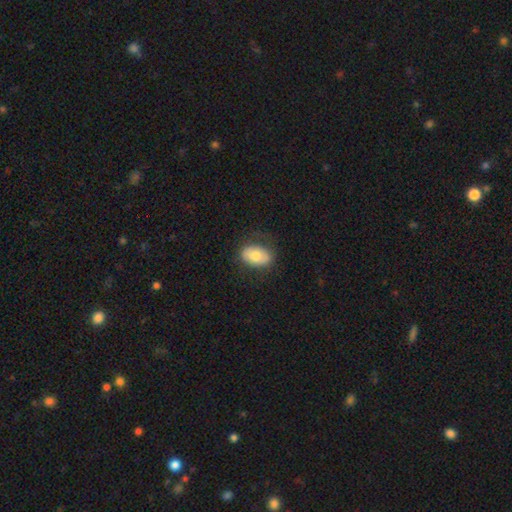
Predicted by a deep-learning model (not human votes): Morphology: type=smooth (70%); roundness=in between (86%); merging=none (76%).